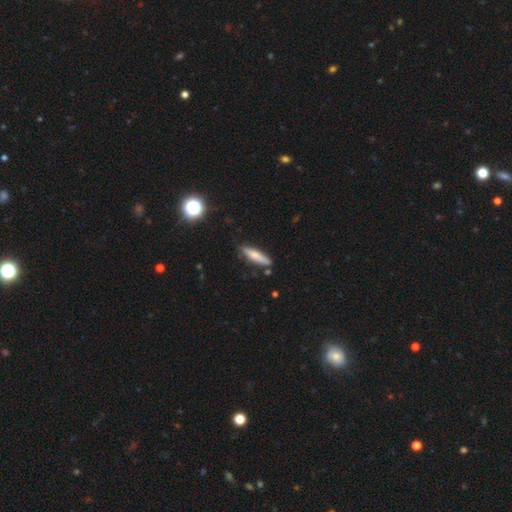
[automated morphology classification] smooth 71%, featured or disk 22%, star or artifact 7%. Down the decision tree: how rounded — cigar-shaped (76%); merging — none (80%).